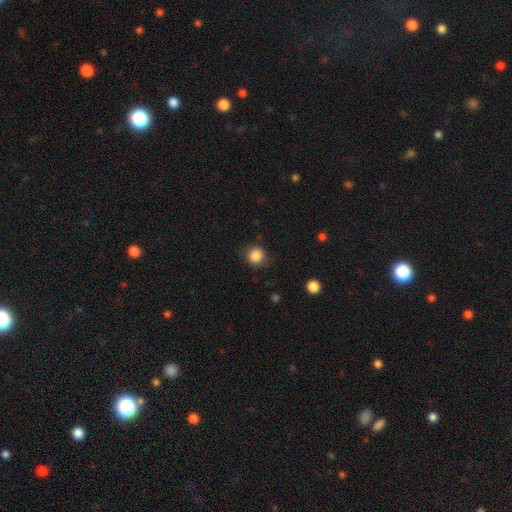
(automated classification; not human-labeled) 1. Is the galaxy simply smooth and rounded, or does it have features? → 86% smooth, 10% star or artifact, 4% featured or disk.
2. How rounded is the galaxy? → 88% round, 11% in between, 1% cigar-shaped.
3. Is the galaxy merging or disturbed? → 83% none, 12% minor disturbance, 4% major disturbance, 1% merger.